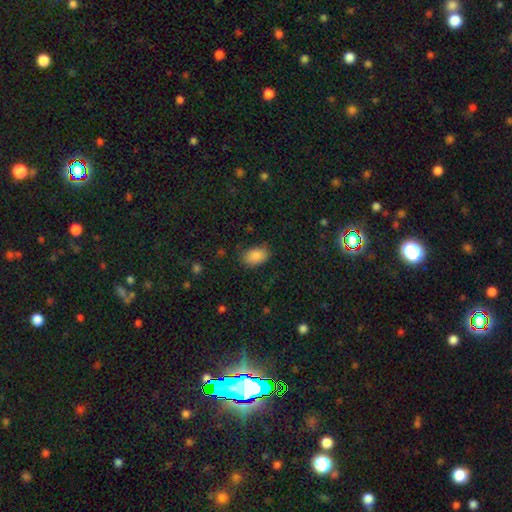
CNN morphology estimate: A smooth galaxy with no disk features (87%) that is in between round and cigar-shaped (86%). Merging: none (75%).